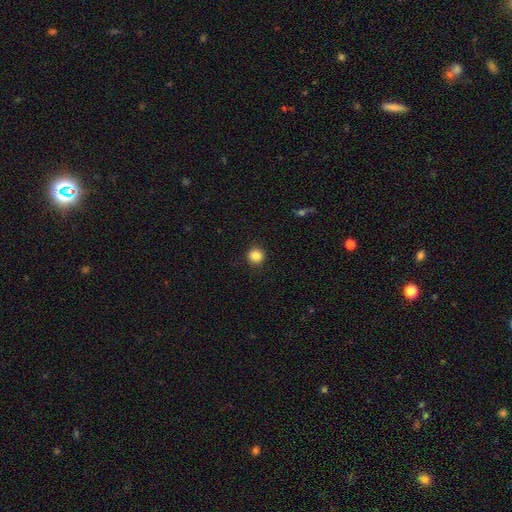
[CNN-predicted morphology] A smooth galaxy with no disk features (85%) that is round (95%).

Vote fractions:
- Smooth or featured? smooth: 85% / star or artifact: 10% / featured or disk: 4%
- How rounded? round: 95% / in between: 4% / cigar-shaped: 1%
- Merging? none: 93% / minor disturbance: 5% / major disturbance: 2% / merger: 1%